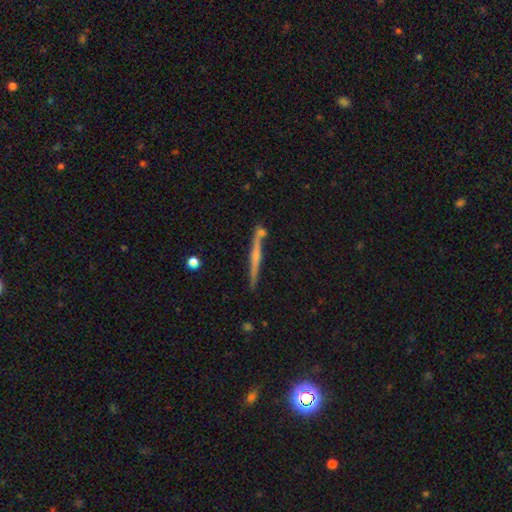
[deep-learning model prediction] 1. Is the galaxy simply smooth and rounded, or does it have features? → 64% featured or disk, 30% smooth, 7% star or artifact.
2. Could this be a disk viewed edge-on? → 97% yes, 3% no.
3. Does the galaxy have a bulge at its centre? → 47% rounded, 40% none, 12% boxy.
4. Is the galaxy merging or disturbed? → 79% none, 11% minor disturbance, 8% merger, 3% major disturbance.